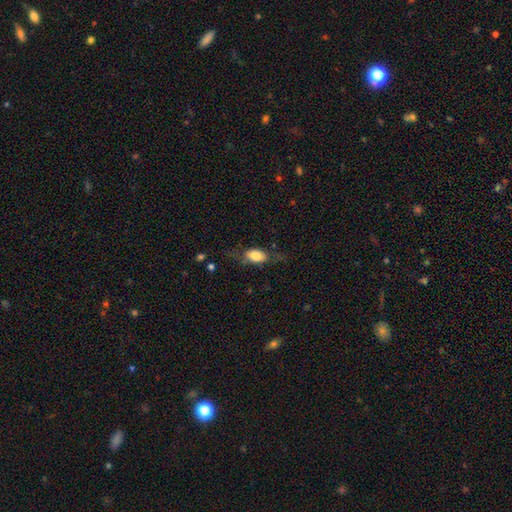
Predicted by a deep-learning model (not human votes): Morphology: type=smooth (69%); roundness=in between (84%); merging=none (63%).